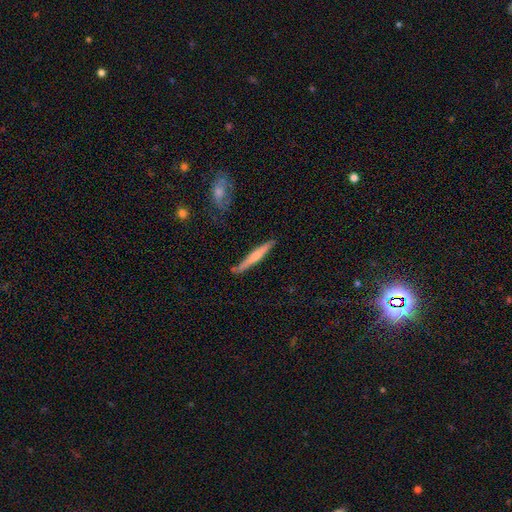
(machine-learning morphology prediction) smooth_or_featured: smooth (p=0.52) [alt: featured or disk p=0.43]
how_rounded: cigar-shaped (p=0.95) [alt: in between p=0.03]
merging: none (p=0.82) [alt: minor disturbance p=0.12]